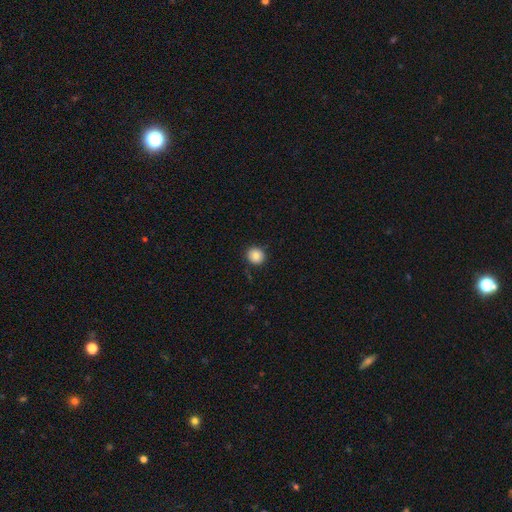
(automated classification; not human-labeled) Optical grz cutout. It shows a smooth galaxy with no disk features (83%) that is round (89%). Merging: none (88%).